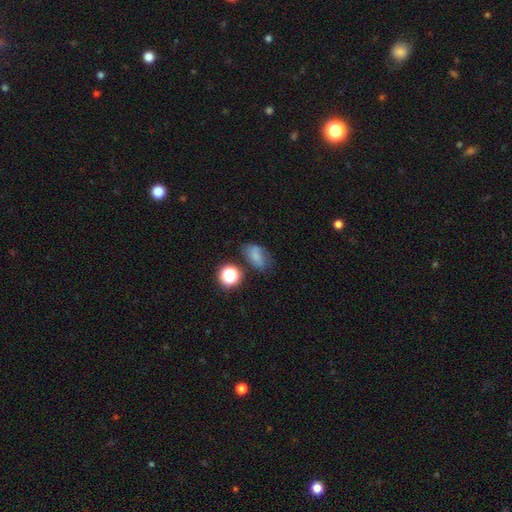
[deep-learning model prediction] Smooth or featured? smooth (67%)
How rounded? in between (80%)
Merging? none (55%)